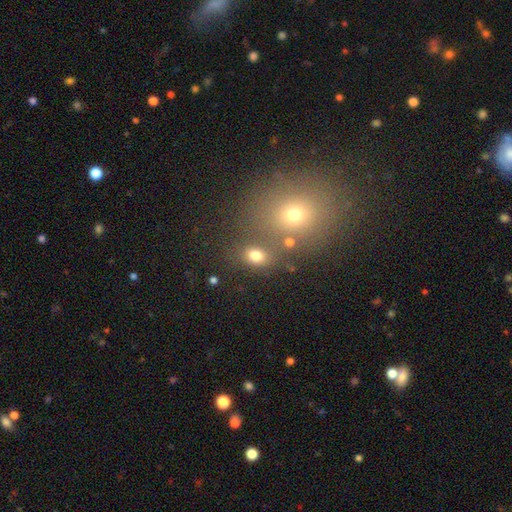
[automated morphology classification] Q: Smooth or featured?
A: smooth (75%); runner-up: star or artifact (16%)
Q: How rounded?
A: in between (57%); runner-up: round (42%)
Q: Merging?
A: none (66%); runner-up: merger (17%)